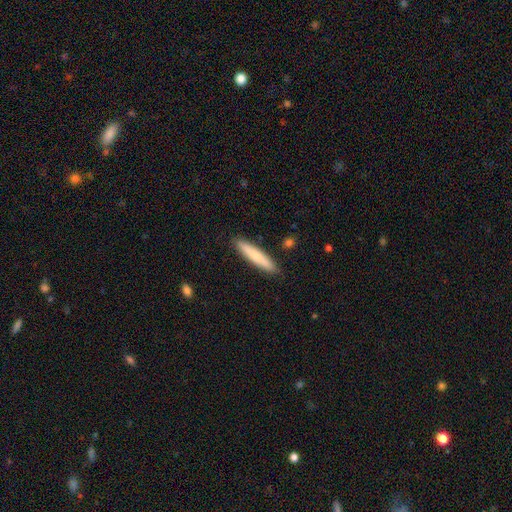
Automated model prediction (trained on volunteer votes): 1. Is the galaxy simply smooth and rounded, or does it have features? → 72% smooth, 23% featured or disk, 5% star or artifact.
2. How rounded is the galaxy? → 90% cigar-shaped, 9% in between, 1% round.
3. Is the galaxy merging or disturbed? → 90% none, 7% minor disturbance, 1% major disturbance, 1% merger.